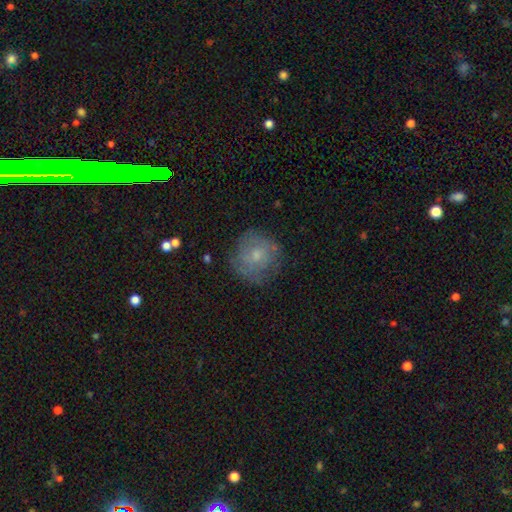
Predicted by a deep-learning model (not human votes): A smooth galaxy with no disk features (56%) that is round (89%). Merging: none (72%).